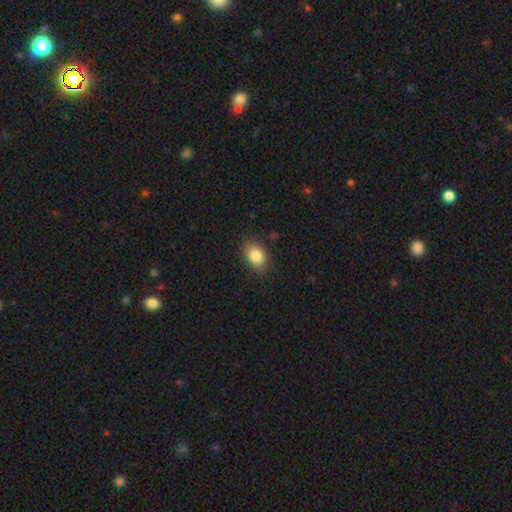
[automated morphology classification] smooth 85%, star or artifact 8%, featured or disk 7%. Down the decision tree: how rounded — in between (82%); merging — none (83%).